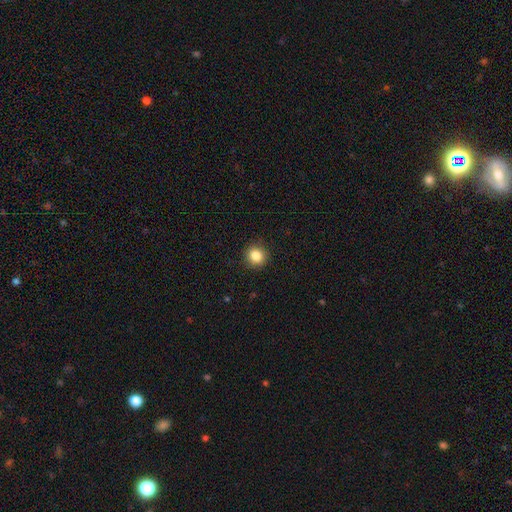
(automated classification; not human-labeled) This appears to be a smooth galaxy with no disk features (85%) that is round (86%). Merging: none (91%).